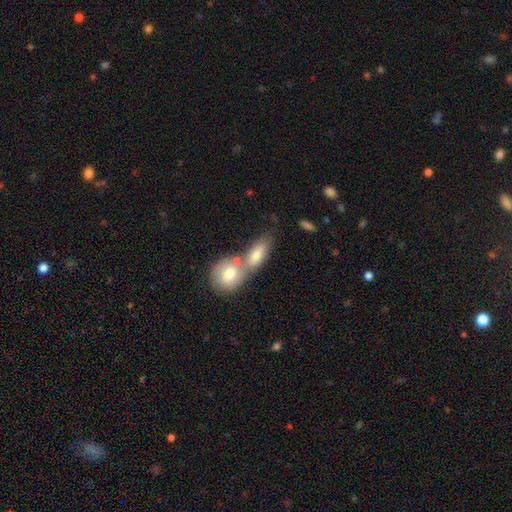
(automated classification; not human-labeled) Smooth or featured? smooth (68%)
How rounded? in between (68%)
Merging? merger (64%)